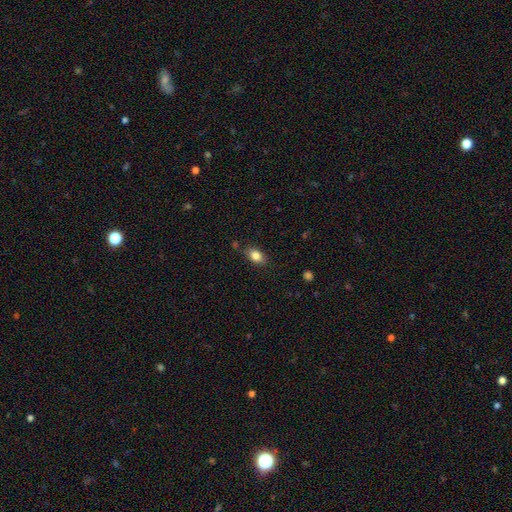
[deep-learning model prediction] Smooth or featured? smooth (83%)
How rounded? in between (84%)
Merging? none (81%)